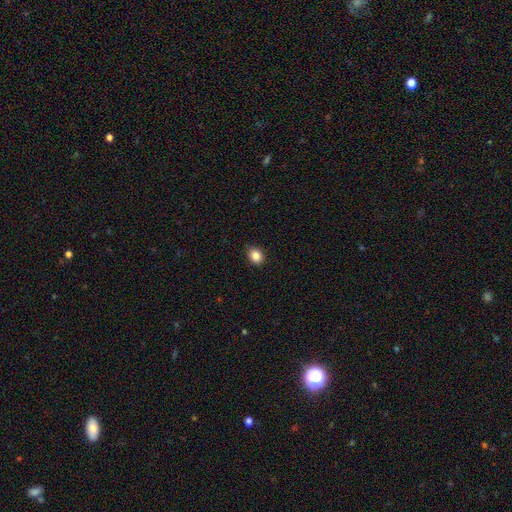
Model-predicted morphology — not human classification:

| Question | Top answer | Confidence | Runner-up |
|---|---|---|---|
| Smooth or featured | smooth | 86% | star or artifact (10%) |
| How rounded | round | 50% | in between (49%) |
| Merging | none | 87% | minor disturbance (10%) |